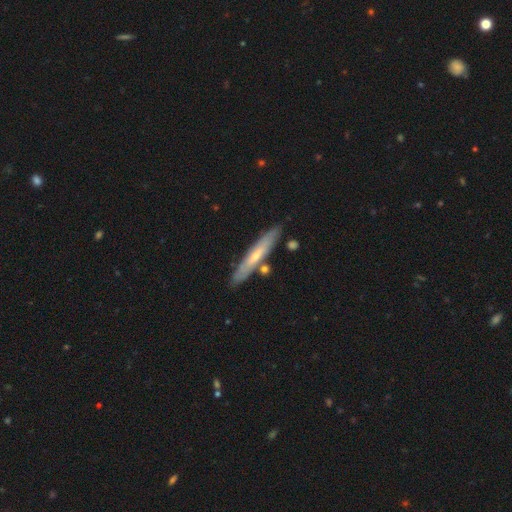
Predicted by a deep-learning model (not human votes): This appears to be a featured or disk galaxy (50%). Merging: none (83%).